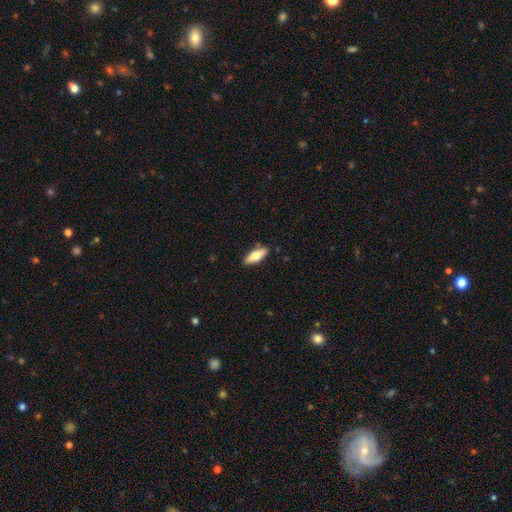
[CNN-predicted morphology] Smooth or featured: smooth — 65% (featured or disk — 29%)
How rounded: in between — 67% (cigar-shaped — 30%)
Merging: none — 87% (minor disturbance — 10%)